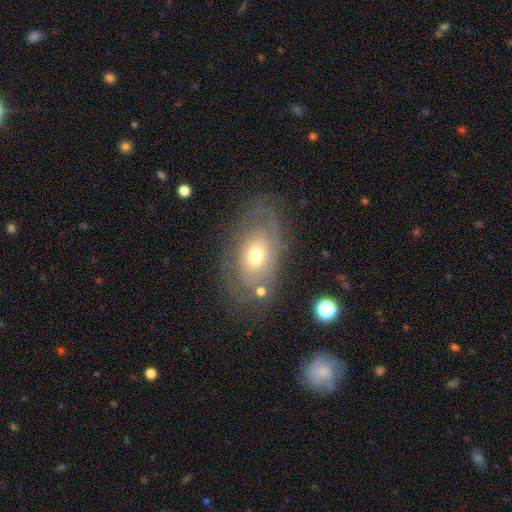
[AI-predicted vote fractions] Morphology: type=featured or disk (56%); edge-on=no (91%); bar=no (85%); spiral arms=yes (56%); bulge=moderate (64%); merging=none (65%).